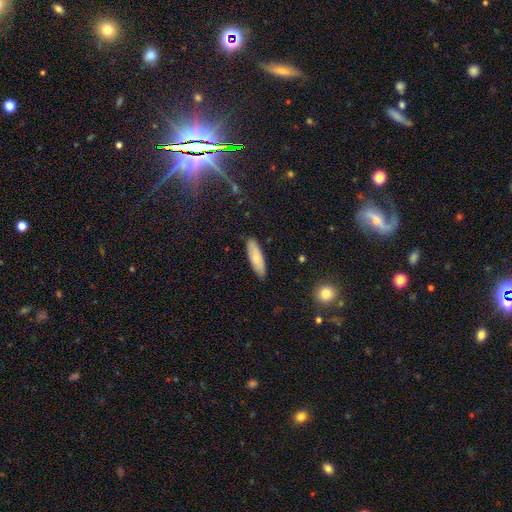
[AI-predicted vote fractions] smooth-or-featured: smooth: 75% | featured or disk: 19% | star or artifact: 6%
  how-rounded: cigar-shaped: 53% | in between: 45% | round: 2%
  merging: none: 85% | minor disturbance: 11% | major disturbance: 2% | merger: 1%